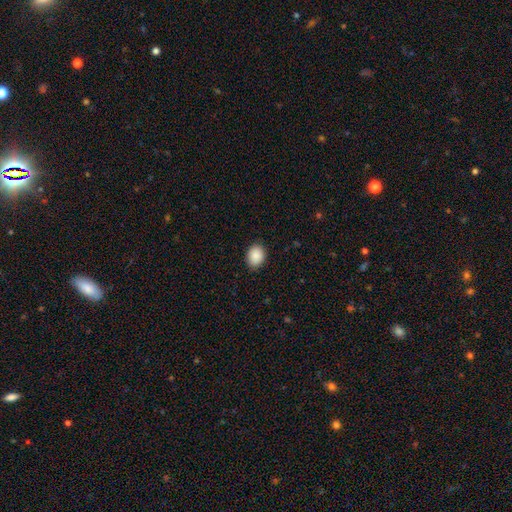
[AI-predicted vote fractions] This appears to be a smooth galaxy with no disk features (89%) that is in between round and cigar-shaped (51%). Merging: none (89%).